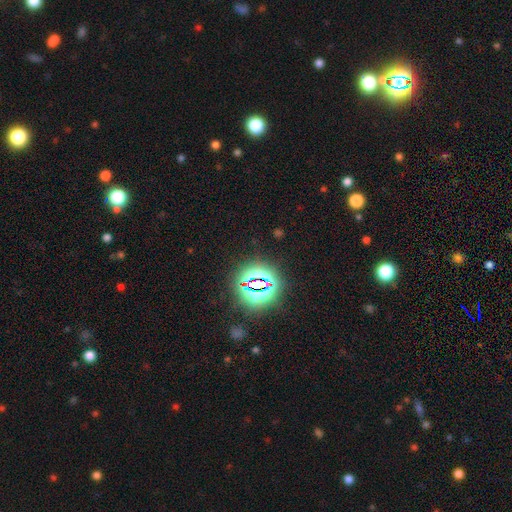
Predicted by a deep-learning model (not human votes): smooth_or_featured: star or artifact (p=0.78) [alt: smooth p=0.14]